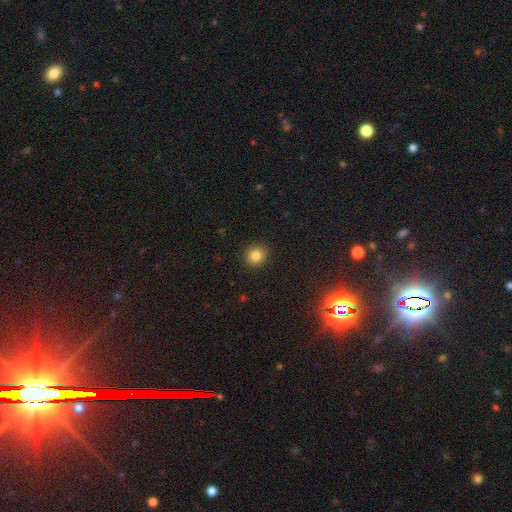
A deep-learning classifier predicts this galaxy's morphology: Overall: smooth (83%). How rounded: round (84%). Merging: none (89%).